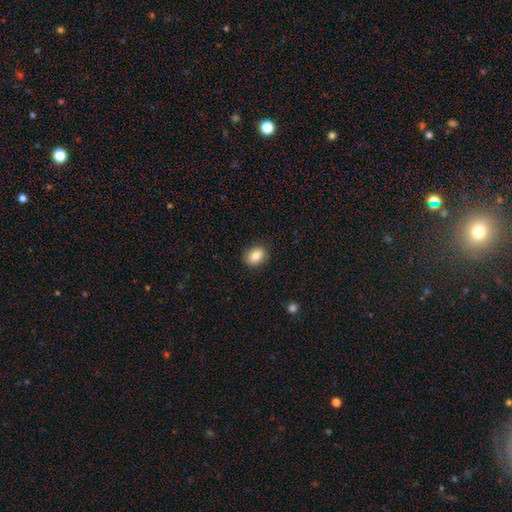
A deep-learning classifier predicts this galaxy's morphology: Q: Smooth or featured?
A: smooth (84%); runner-up: star or artifact (8%)
Q: How rounded?
A: in between (64%); runner-up: round (35%)
Q: Merging?
A: none (88%); runner-up: minor disturbance (9%)